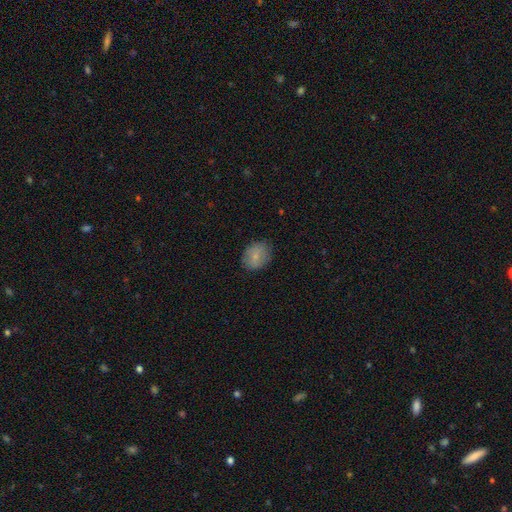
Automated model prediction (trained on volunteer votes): Smooth or featured?
  - smooth: 76% *
  - featured or disk: 16%
  - star or artifact: 8%
How rounded?
  - in between: 55% *
  - round: 44%
  - cigar-shaped: 1%
Merging?
  - none: 79% *
  - minor disturbance: 16%
  - major disturbance: 4%
  - merger: 1%